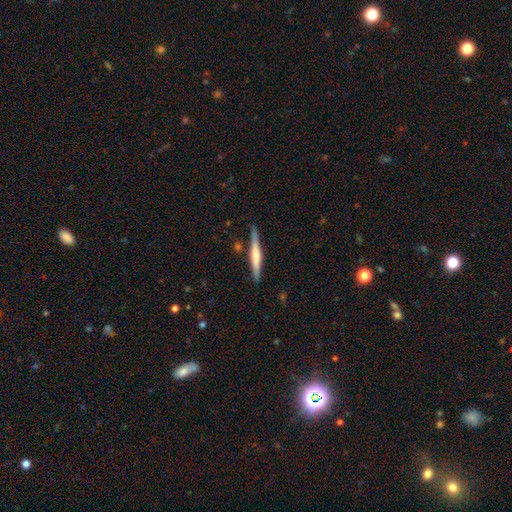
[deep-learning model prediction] Smooth or featured? Predicted: featured or disk (p=0.52). Edge-on disk? Predicted: yes (p=0.97). Edge-on bulge? Predicted: rounded (p=0.47). Merging? Predicted: none (p=0.85).